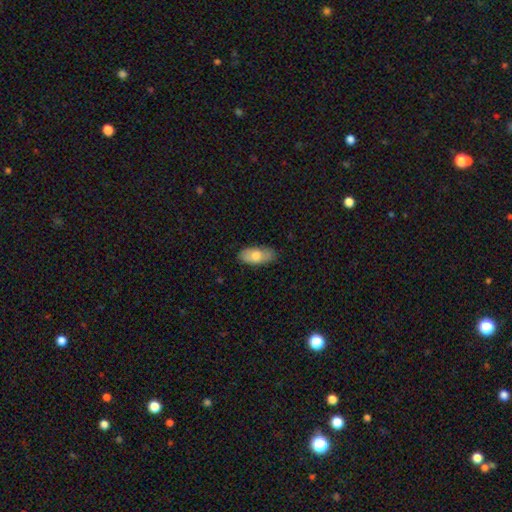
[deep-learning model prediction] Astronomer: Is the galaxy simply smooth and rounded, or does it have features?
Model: smooth — 75%.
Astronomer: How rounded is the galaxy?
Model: in between — 90%.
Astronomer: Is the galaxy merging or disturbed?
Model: none — 79%.